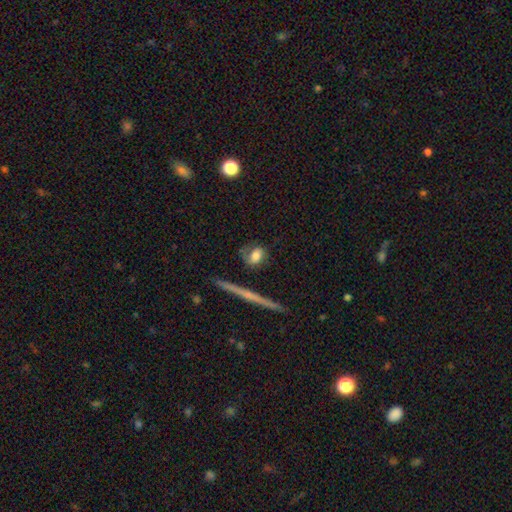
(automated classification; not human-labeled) Smooth or featured?
  - smooth: 57% *
  - featured or disk: 34%
  - star or artifact: 8%
How rounded?
  - in between: 46% *
  - round: 43%
  - cigar-shaped: 10%
Merging?
  - none: 64% *
  - minor disturbance: 22%
  - major disturbance: 11%
  - merger: 4%